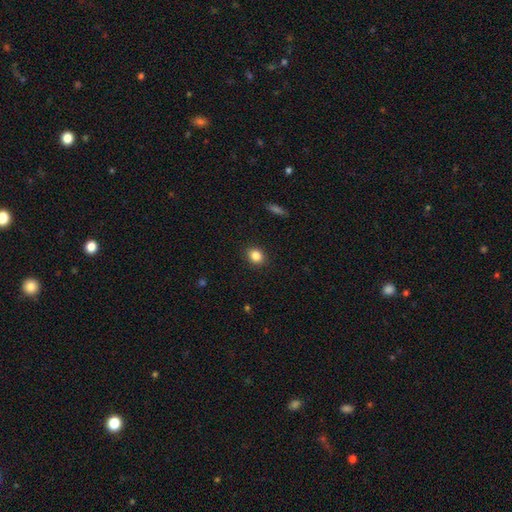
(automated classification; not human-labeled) This appears to be a smooth galaxy with no disk features (85%) that is round (63%). Merging: none (90%).